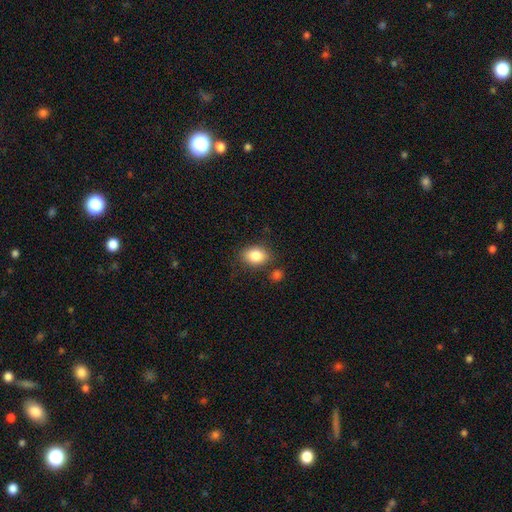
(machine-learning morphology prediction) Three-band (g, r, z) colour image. It shows a smooth galaxy with no disk features (85%) that is in between round and cigar-shaped (74%). Merging: none (77%).